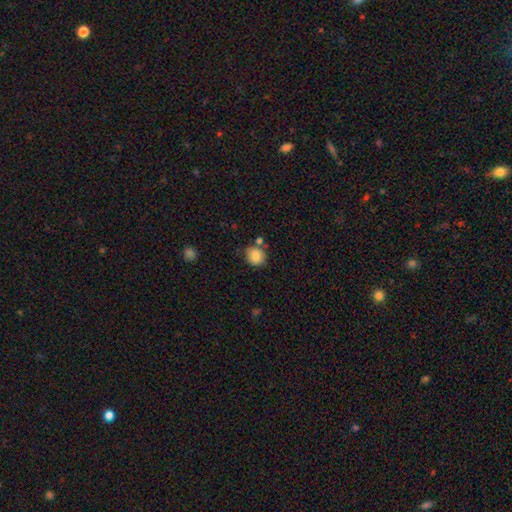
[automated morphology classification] Smooth or featured: smooth — 84% (star or artifact — 9%)
How rounded: round — 75% (in between — 25%)
Merging: none — 71% (minor disturbance — 15%)